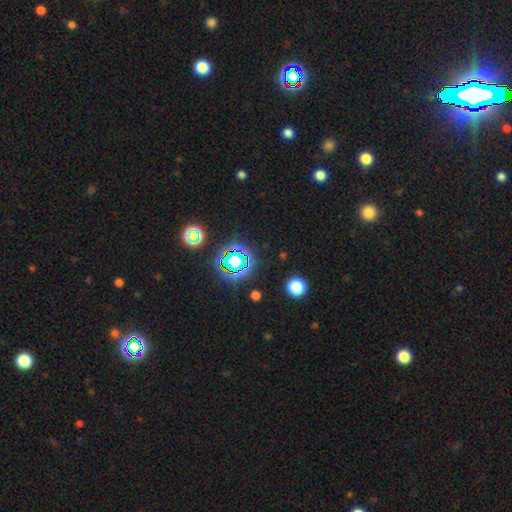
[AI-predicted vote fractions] This appears to be a star or artifact, not a galaxy (73%).